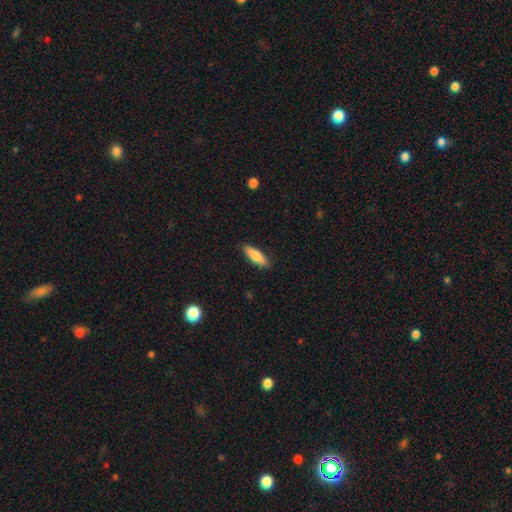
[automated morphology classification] A smooth galaxy with no disk features (79%) that is cigar-shaped (51%).

Vote fractions:
- Smooth or featured? smooth: 79% / featured or disk: 15% / star or artifact: 6%
- How rounded? cigar-shaped: 51% / in between: 47% / round: 2%
- Merging? none: 88% / minor disturbance: 9% / major disturbance: 2% / merger: 1%